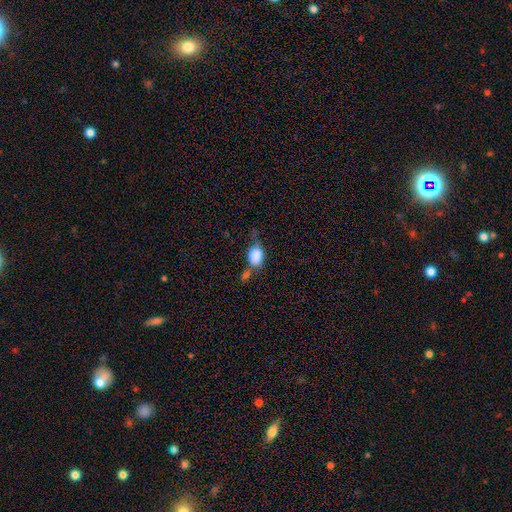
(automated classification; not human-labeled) smooth 84%, star or artifact 8%, featured or disk 7%. Down the decision tree: how rounded — in between (70%); merging — none (40%).